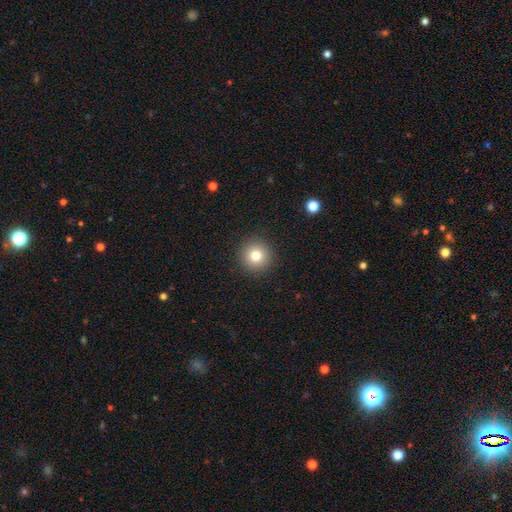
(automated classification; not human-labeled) Smooth or featured? smooth (80%)
How rounded? round (95%)
Merging? none (92%)